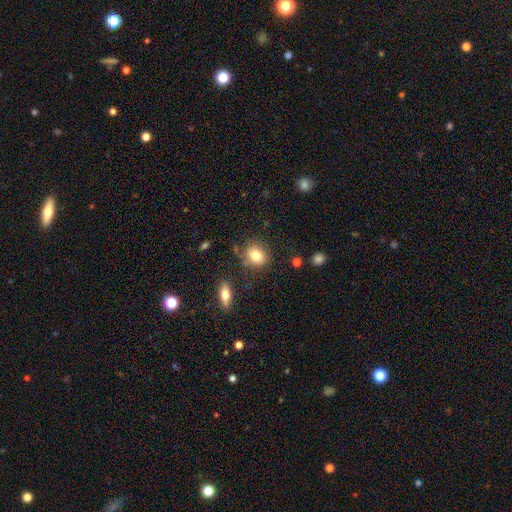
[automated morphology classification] type=smooth (81%); roundness=round (63%); merging=none (79%).